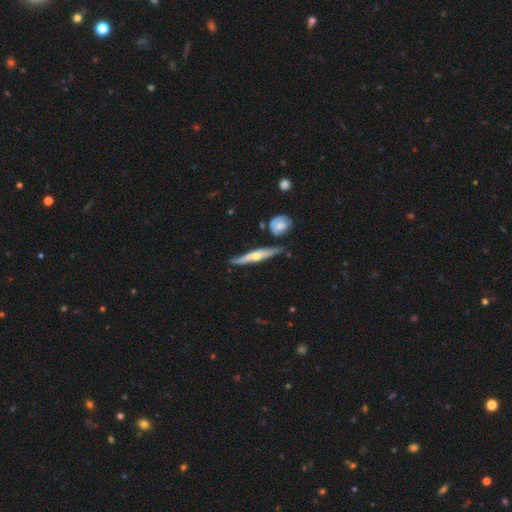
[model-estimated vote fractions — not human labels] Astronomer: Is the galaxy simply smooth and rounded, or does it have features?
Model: featured or disk — 64%.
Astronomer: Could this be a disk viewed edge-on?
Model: yes — 88%.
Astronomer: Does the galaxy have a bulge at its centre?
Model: rounded — 86%.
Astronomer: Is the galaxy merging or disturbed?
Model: none — 67%.